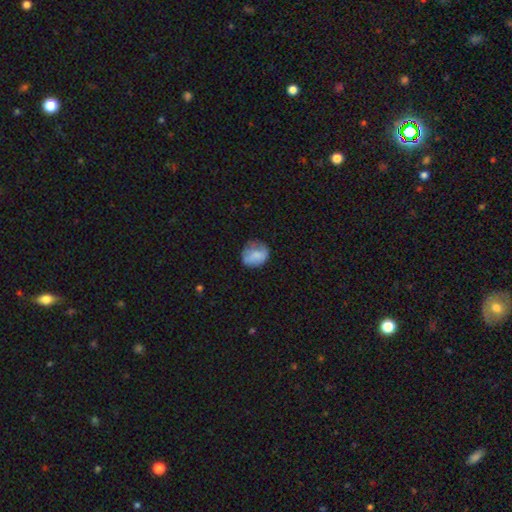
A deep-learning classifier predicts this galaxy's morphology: Smooth or featured: smooth — 72% (featured or disk — 20%)
How rounded: round — 63% (in between — 35%)
Merging: none — 56% (minor disturbance — 29%)